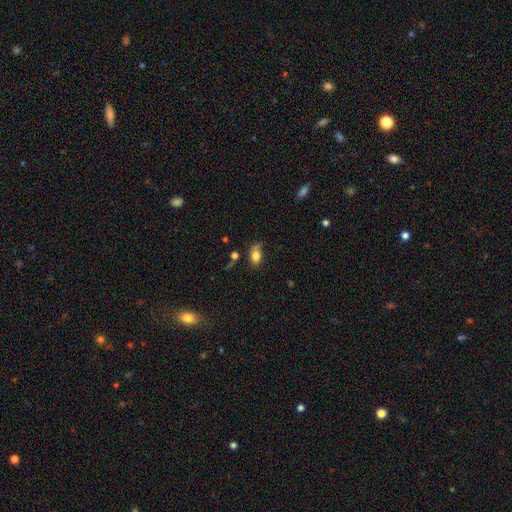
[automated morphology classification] A smooth galaxy with no disk features (75%) that is in between round and cigar-shaped (83%).

Vote fractions:
- Smooth or featured? smooth: 75% / featured or disk: 15% / star or artifact: 10%
- How rounded? in between: 83% / round: 14% / cigar-shaped: 3%
- Merging? none: 48% / minor disturbance: 32% / major disturbance: 14% / merger: 6%